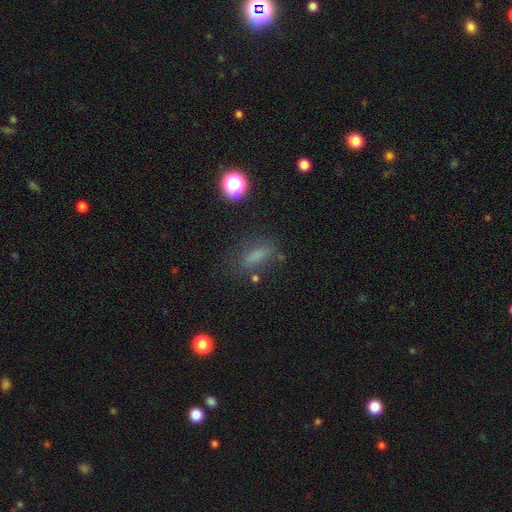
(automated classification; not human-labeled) Smooth or featured? smooth (69%)
How rounded? in between (55%)
Merging? none (68%)